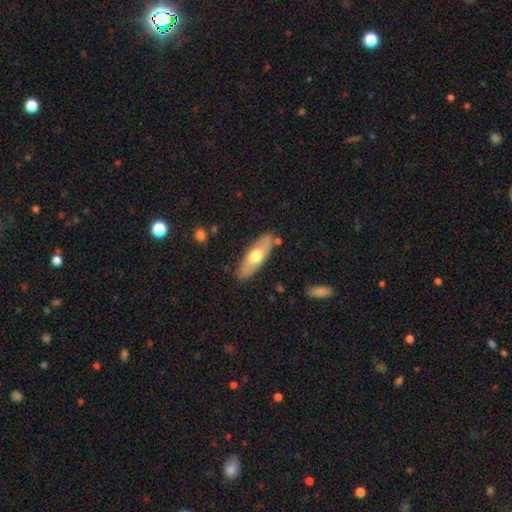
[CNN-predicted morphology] Overall: smooth (57%; featured or disk 38%). How rounded: in between (61%; cigar-shaped 37%). Merging: none (84%).